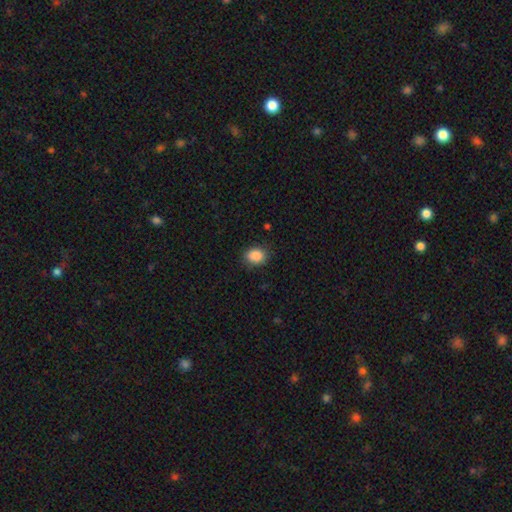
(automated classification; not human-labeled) Smooth or featured: smooth — 88% (star or artifact — 9%)
How rounded: in between — 56% (round — 43%)
Merging: none — 85% (minor disturbance — 11%)